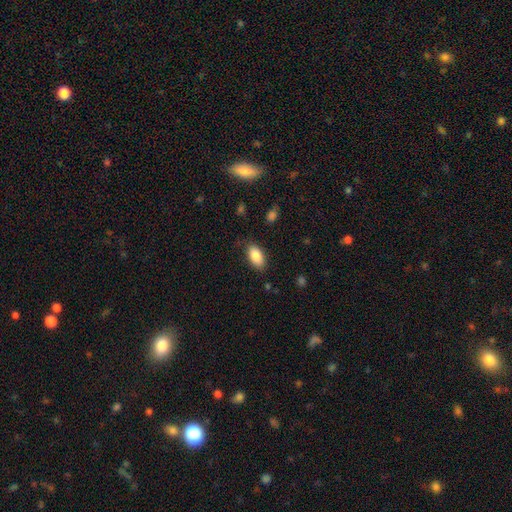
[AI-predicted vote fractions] smooth-or-featured: smooth: 86% | star or artifact: 7% | featured or disk: 7%
  how-rounded: in between: 92% | cigar-shaped: 4% | round: 3%
  merging: none: 84% | minor disturbance: 12% | major disturbance: 3% | merger: 1%